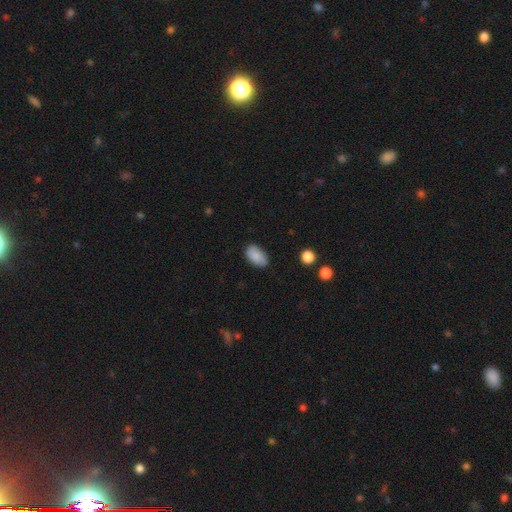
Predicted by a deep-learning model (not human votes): A smooth galaxy with no disk features (87%) that is in between round and cigar-shaped (93%).

Vote fractions:
- Smooth or featured? smooth: 87% / star or artifact: 7% / featured or disk: 6%
- How rounded? in between: 93% / round: 6% / cigar-shaped: 2%
- Merging? none: 79% / minor disturbance: 17% / major disturbance: 3% / merger: 1%